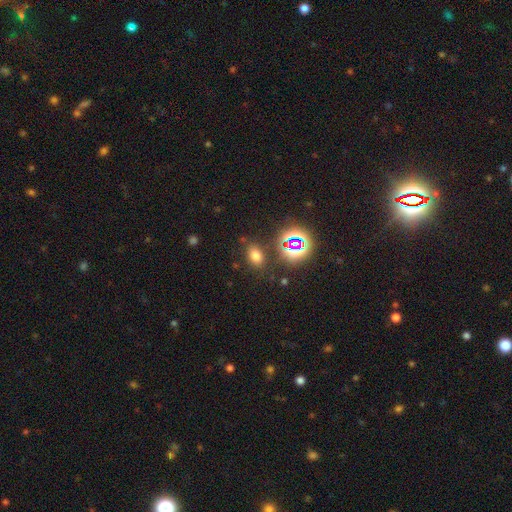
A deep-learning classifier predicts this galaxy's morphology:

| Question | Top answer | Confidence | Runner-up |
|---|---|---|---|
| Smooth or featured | smooth | 67% | star or artifact (25%) |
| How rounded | in between | 76% | round (22%) |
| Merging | none | 80% | minor disturbance (11%) |